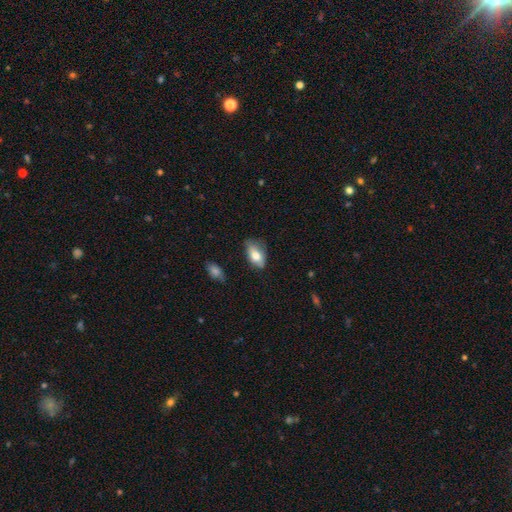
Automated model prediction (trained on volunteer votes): The model was most divided on "merging": none: 58%, minor disturbance: 32%, major disturbance: 8%, merger: 3%. More confident: how rounded — in between (90%); smooth or featured — smooth (73%).